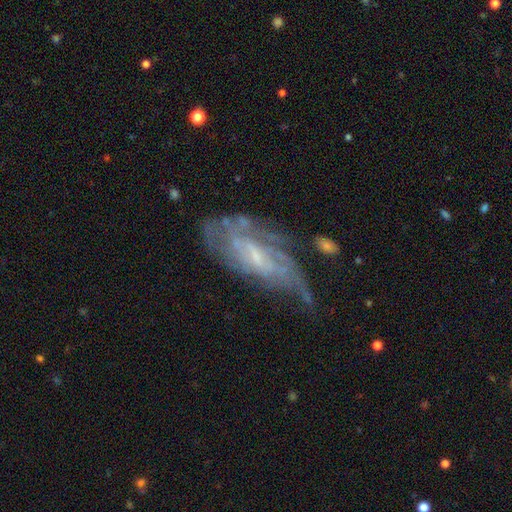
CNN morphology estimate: Q: Smooth or featured?
A: featured or disk (76%); runner-up: smooth (16%)
Q: Edge-on disk?
A: no (90%); runner-up: yes (10%)
Q: Bar?
A: no (45%); runner-up: weak (44%)
Q: Spiral arms?
A: yes (76%); runner-up: no (24%)
Q: Spiral winding?
A: tight (48%); runner-up: medium (36%)
Q: Spiral arm count?
A: can't tell (58%); runner-up: 2 (18%)
Q: Bulge size?
A: small (62%); runner-up: moderate (23%)
Q: Merging?
A: none (42%); runner-up: minor disturbance (29%)